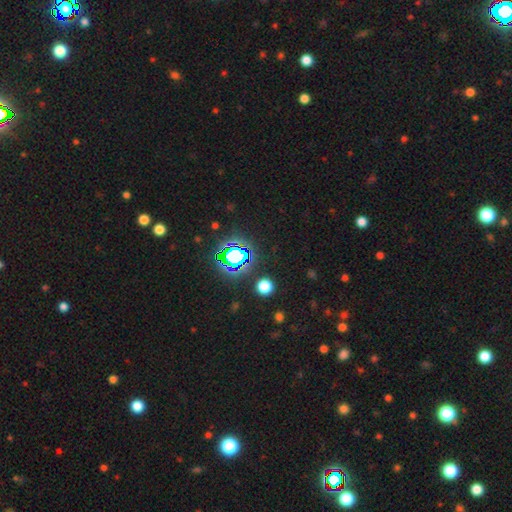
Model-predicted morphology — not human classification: The model was most divided on "smooth or featured": star or artifact: 79%, smooth: 14%, featured or disk: 7%.